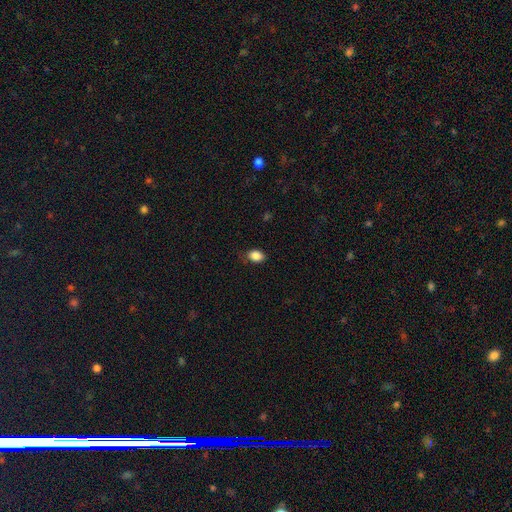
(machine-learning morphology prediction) Smooth or featured? smooth (86%)
How rounded? in between (74%)
Merging? none (78%)